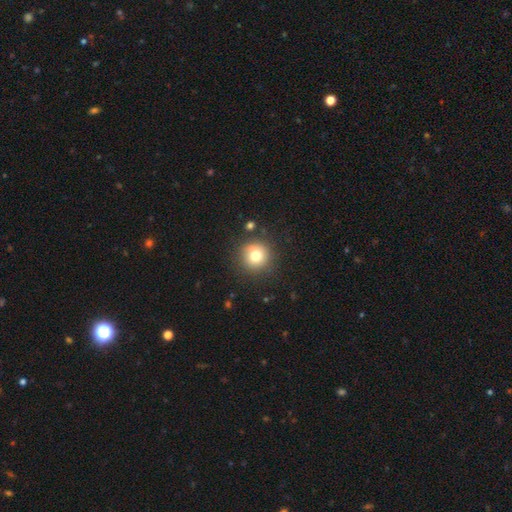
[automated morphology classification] A smooth galaxy with no disk features (76%) that is round (95%). Merging: none (85%).